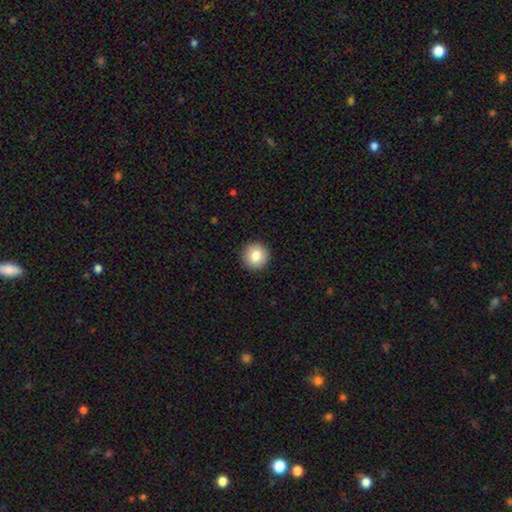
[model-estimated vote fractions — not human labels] Morphology: type=smooth (83%); roundness=round (96%); merging=none (93%).